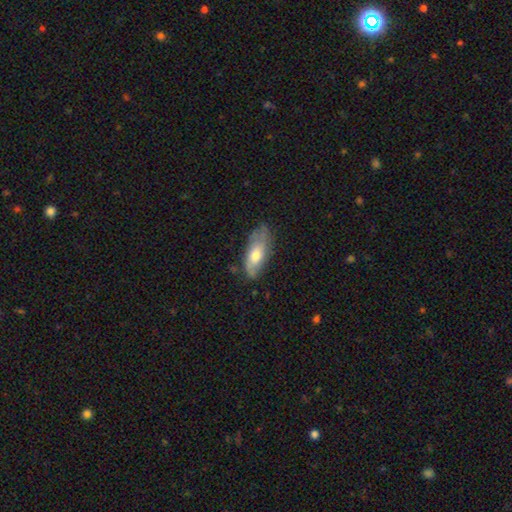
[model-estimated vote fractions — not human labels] smooth-or-featured: smooth: 57% | featured or disk: 37% | star or artifact: 6%
  how-rounded: in between: 75% | cigar-shaped: 22% | round: 3%
  merging: none: 63% | minor disturbance: 28% | major disturbance: 7% | merger: 2%